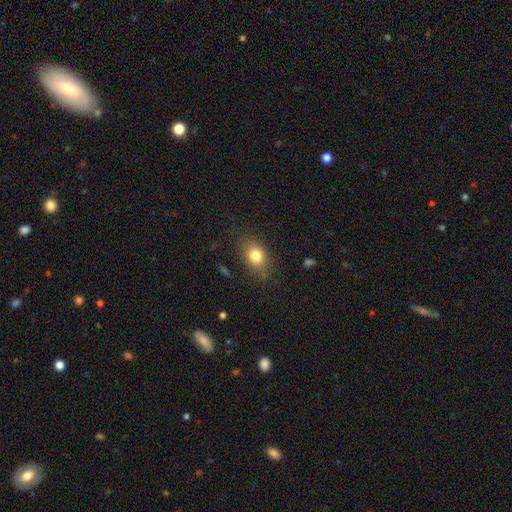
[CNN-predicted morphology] smooth_or_featured: smooth (p=0.79) [alt: star or artifact p=0.11]
how_rounded: in between (p=0.62) [alt: round p=0.36]
merging: none (p=0.78) [alt: minor disturbance p=0.16]